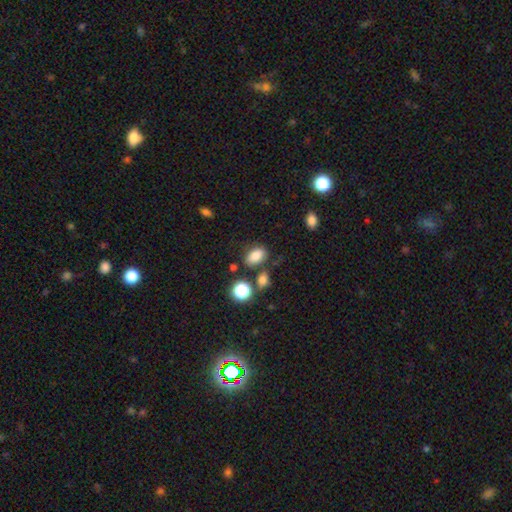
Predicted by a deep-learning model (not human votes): Overall: smooth (80%). How rounded: in between (82%). Merging: none (73%).